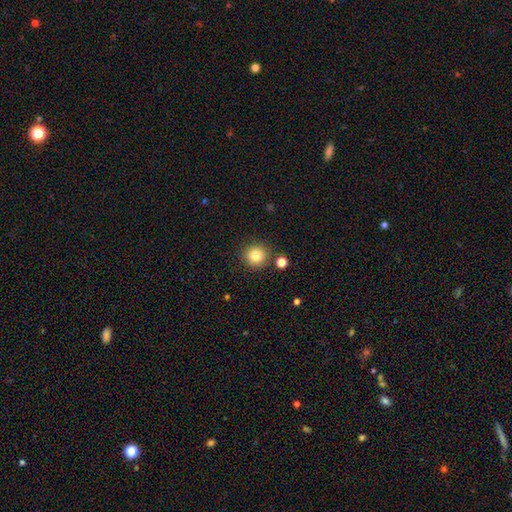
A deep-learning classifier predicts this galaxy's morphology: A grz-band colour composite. It shows a smooth galaxy with no disk features (83%) that is round (94%). Merging: none (86%).